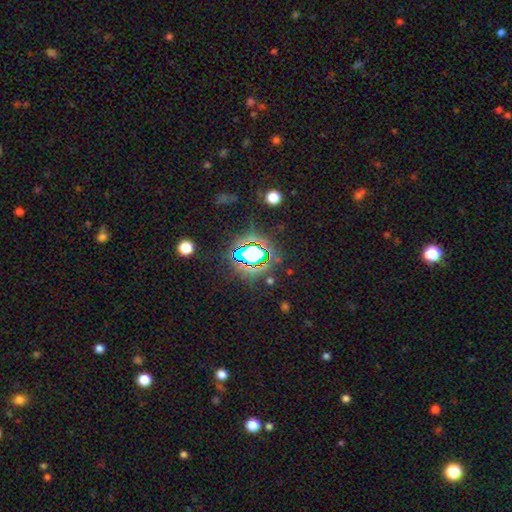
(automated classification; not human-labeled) star or artifact 69%, smooth 20%, featured or disk 11%.